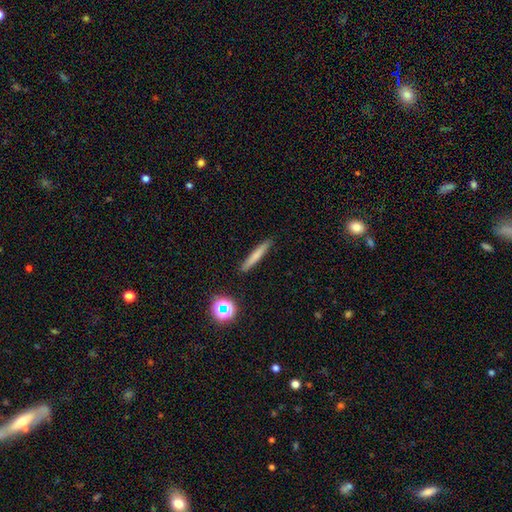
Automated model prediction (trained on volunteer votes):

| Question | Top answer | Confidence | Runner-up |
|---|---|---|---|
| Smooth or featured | smooth | 70% | featured or disk (21%) |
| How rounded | cigar-shaped | 94% | in between (4%) |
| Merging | none | 90% | minor disturbance (7%) |